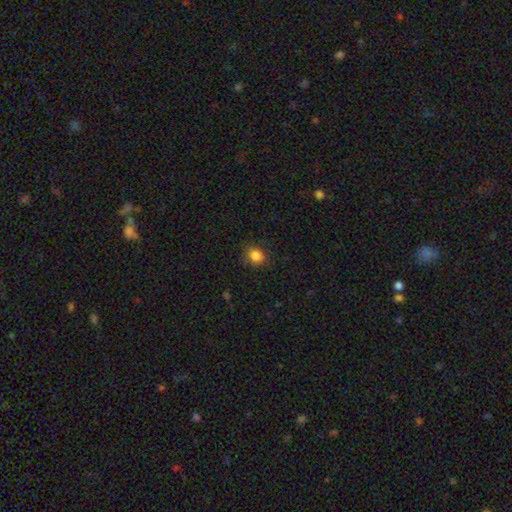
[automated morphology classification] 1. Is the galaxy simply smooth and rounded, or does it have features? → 85% smooth, 11% star or artifact, 4% featured or disk.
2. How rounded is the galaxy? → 65% round, 34% in between, 1% cigar-shaped.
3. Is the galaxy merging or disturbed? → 82% none, 13% minor disturbance, 4% major disturbance, 1% merger.